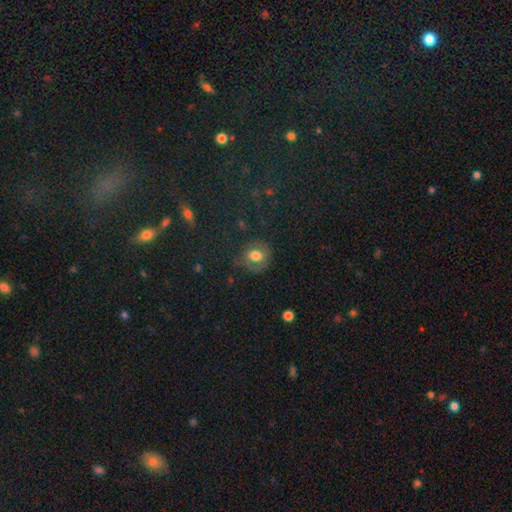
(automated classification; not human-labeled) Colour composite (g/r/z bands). It shows a smooth galaxy with no disk features (65%) that is round (75%). Merging: none (70%).